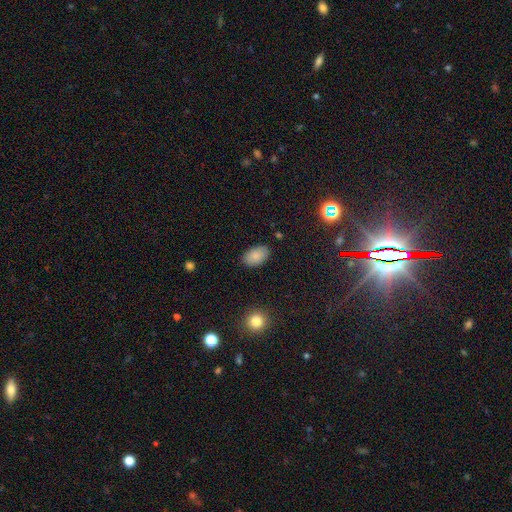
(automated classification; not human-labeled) smooth 87%, star or artifact 8%, featured or disk 5%. Down the decision tree: how rounded — in between (93%); merging — none (86%).